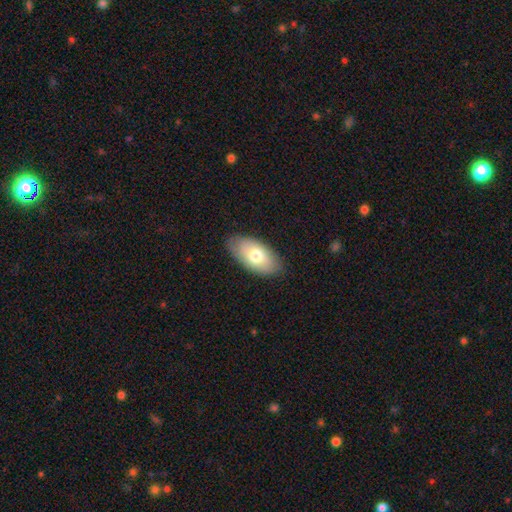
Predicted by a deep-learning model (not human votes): A smooth galaxy with no disk features (71%) that is in between round and cigar-shaped (94%). Merging: none (83%).